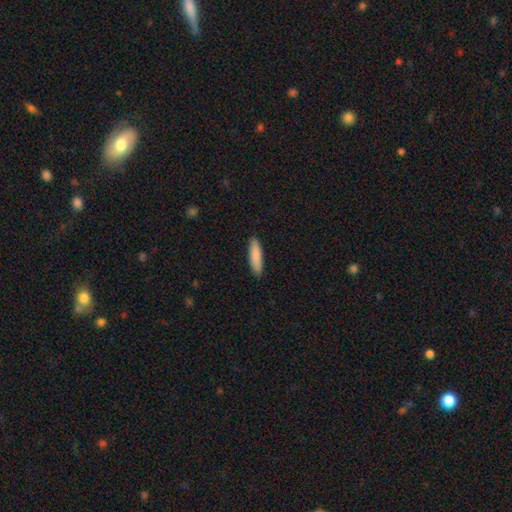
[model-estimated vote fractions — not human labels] A smooth galaxy with no disk features (87%) that is cigar-shaped (74%). Merging: none (90%).